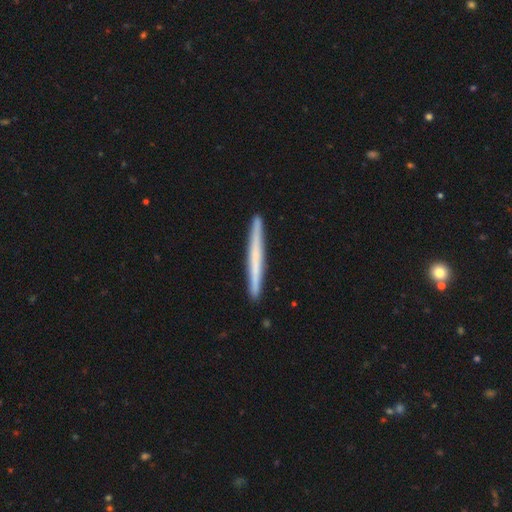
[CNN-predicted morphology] A smooth galaxy with no disk features (49%).

Vote fractions:
- Smooth or featured? smooth: 49% / featured or disk: 45% / star or artifact: 7%
- Merging? none: 91% / minor disturbance: 7% / merger: 1% / major disturbance: 1%